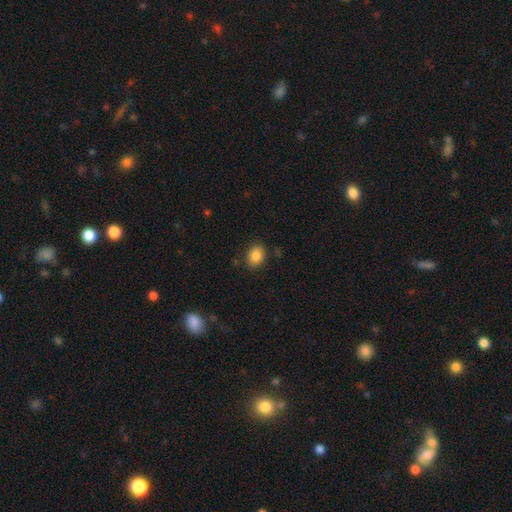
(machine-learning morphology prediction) This is clearly a smooth galaxy (86%). How rounded: likely in between (61%). Merging: clearly none (85%).